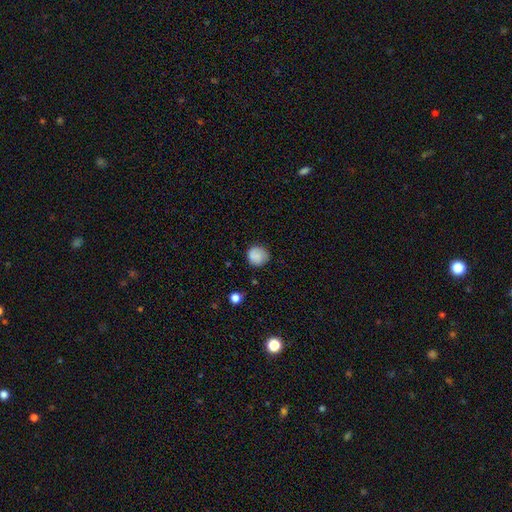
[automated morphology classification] Smooth or featured? smooth (84%)
How rounded? round (88%)
Merging? none (76%)